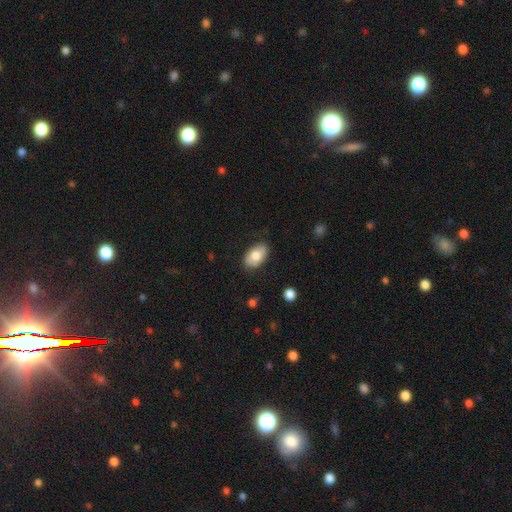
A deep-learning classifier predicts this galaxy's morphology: A smooth galaxy with no disk features (75%) that is in between round and cigar-shaped (92%). Merging: none (82%).